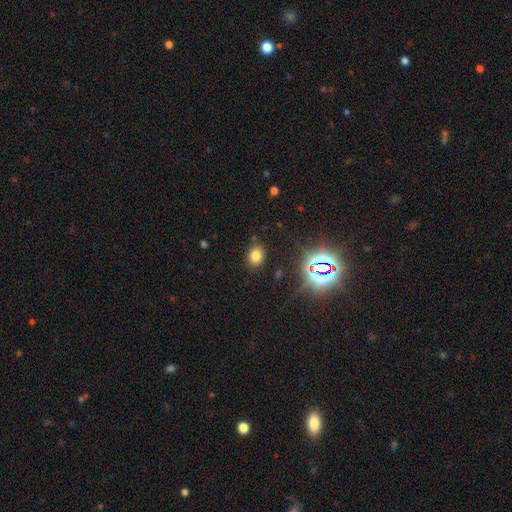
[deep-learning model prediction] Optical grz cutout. It shows a smooth galaxy with no disk features (72%) that is in between round and cigar-shaped (63%). Merging: none (82%).